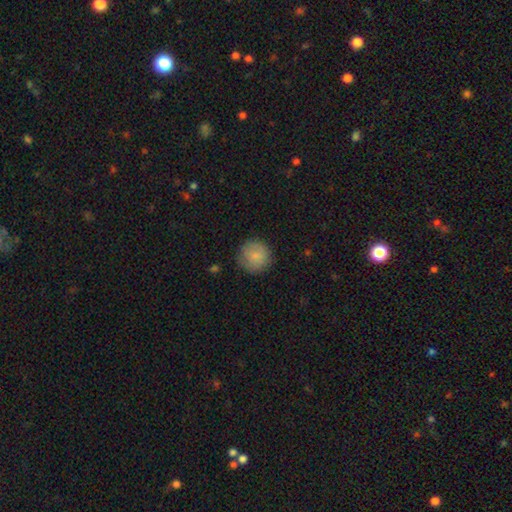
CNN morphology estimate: The model was most divided on "merging": none: 83%, minor disturbance: 12%, major disturbance: 3%, merger: 1%. More confident: how rounded — round (94%); smooth or featured — smooth (84%).